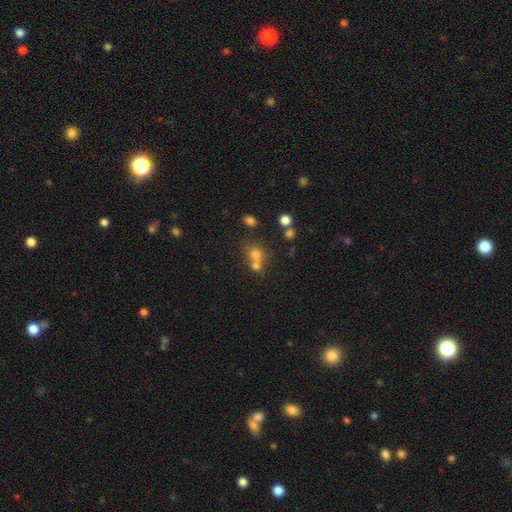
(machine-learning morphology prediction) This appears to be a smooth galaxy with no disk features (59%) that is round (77%). Merging: merger (50%).